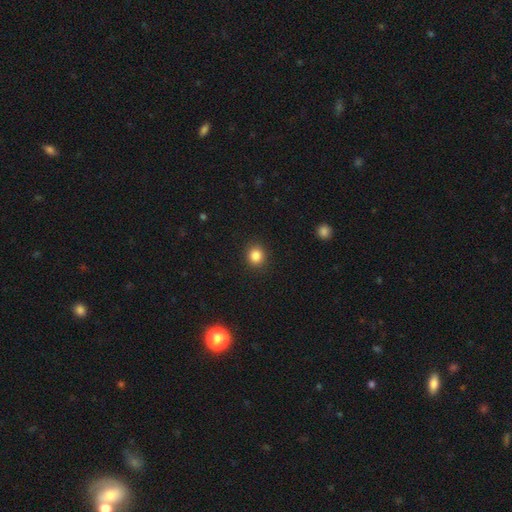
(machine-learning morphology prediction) The model was most divided on "how rounded": round: 85%, in between: 14%, cigar-shaped: 1%. More confident: merging — none (91%); smooth or featured — smooth (85%).